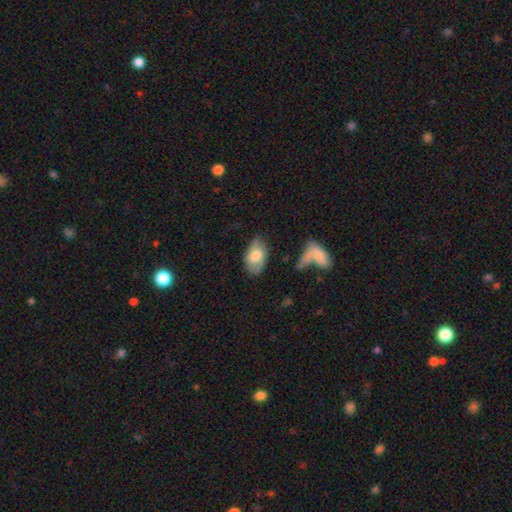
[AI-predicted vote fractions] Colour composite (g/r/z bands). It shows a smooth galaxy with no disk features (67%) that is in between round and cigar-shaped (93%). Merging: none (64%).